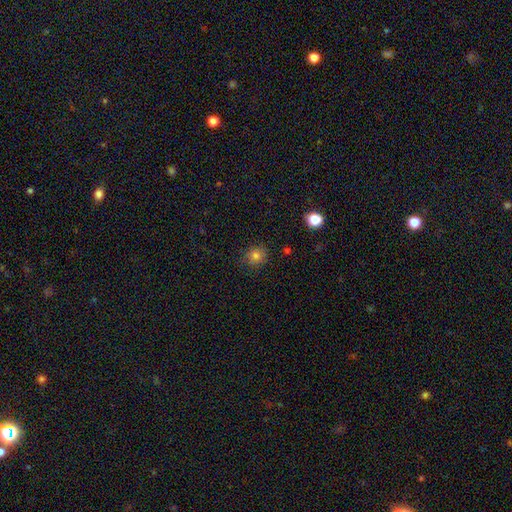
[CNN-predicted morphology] The model was most divided on "smooth or featured": smooth: 79%, star or artifact: 14%, featured or disk: 7%. More confident: how rounded — round (85%); merging — none (85%).